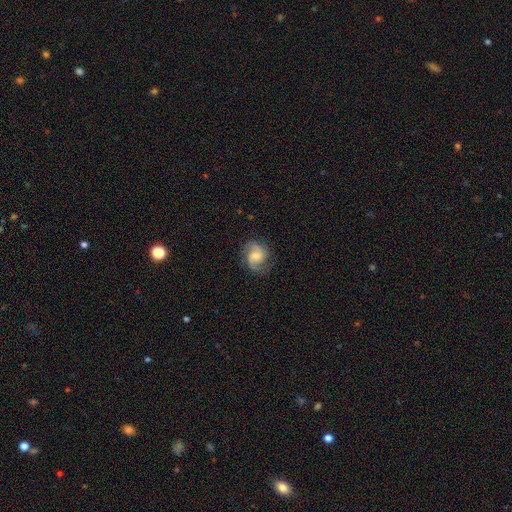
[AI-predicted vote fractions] smooth_or_featured: featured or disk (p=0.76) [alt: smooth p=0.17]
disk_edge_on: no (p=0.98) [alt: yes p=0.02]
bar: no (p=0.46) [tied with: weak p=0.46]
has_spiral_arms: yes (p=0.96) [alt: no p=0.04]
spiral_winding: medium (p=0.51) [alt: loose p=0.27]
spiral_arm_count: 2 (p=0.86) [alt: can't tell p=0.05]
bulge_size: moderate (p=0.43) [alt: small p=0.37]
merging: none (p=0.77) [alt: minor disturbance p=0.16]